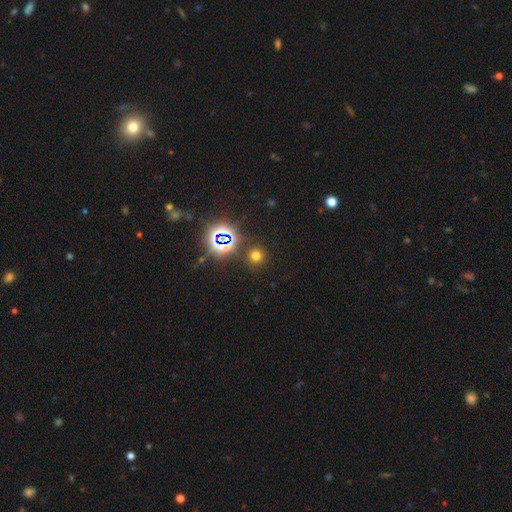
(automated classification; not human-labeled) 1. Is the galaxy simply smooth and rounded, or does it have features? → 63% smooth, 30% star or artifact, 7% featured or disk.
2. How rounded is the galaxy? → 92% round, 7% in between, 1% cigar-shaped.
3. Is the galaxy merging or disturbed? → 87% none, 7% minor disturbance, 3% merger, 3% major disturbance.